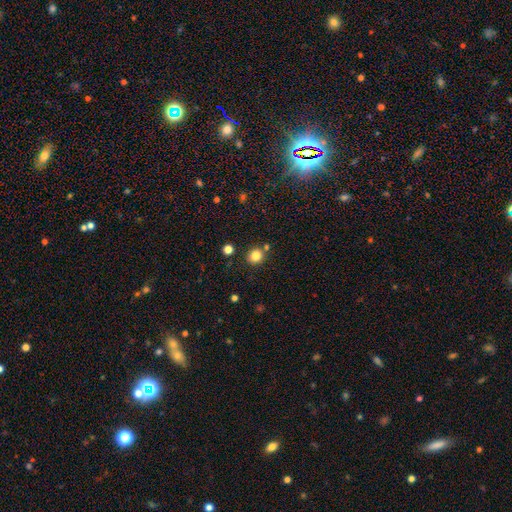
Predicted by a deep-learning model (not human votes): Morphology: type=smooth (83%); roundness=round (86%); merging=none (80%).